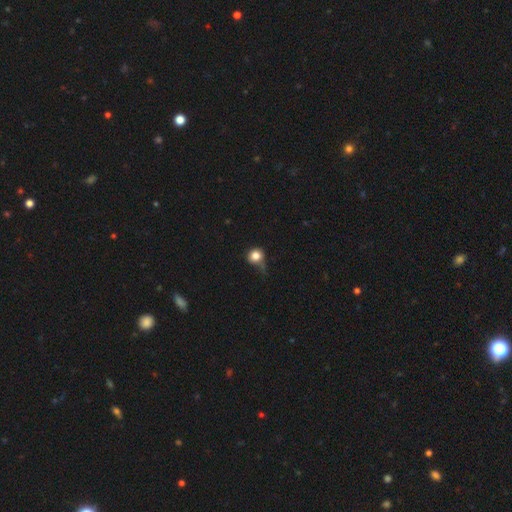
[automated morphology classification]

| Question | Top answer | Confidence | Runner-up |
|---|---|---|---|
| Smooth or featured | smooth | 81% | star or artifact (11%) |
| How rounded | round | 87% | in between (12%) |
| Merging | none | 44% | minor disturbance (32%) |